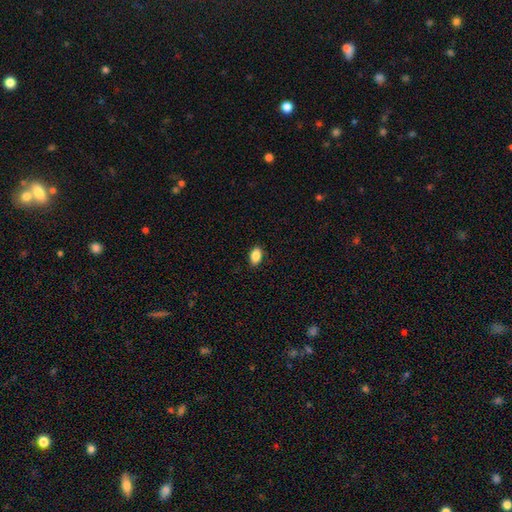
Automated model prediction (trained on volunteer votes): A smooth galaxy with no disk features (87%) that is in between round and cigar-shaped (88%). Merging: none (88%).